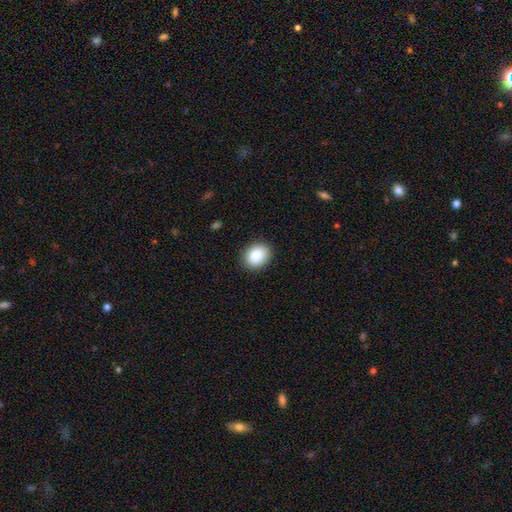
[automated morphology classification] Q: Smooth or featured?
A: smooth (85%); runner-up: star or artifact (8%)
Q: How rounded?
A: round (52%); runner-up: in between (47%)
Q: Merging?
A: none (90%); runner-up: minor disturbance (7%)